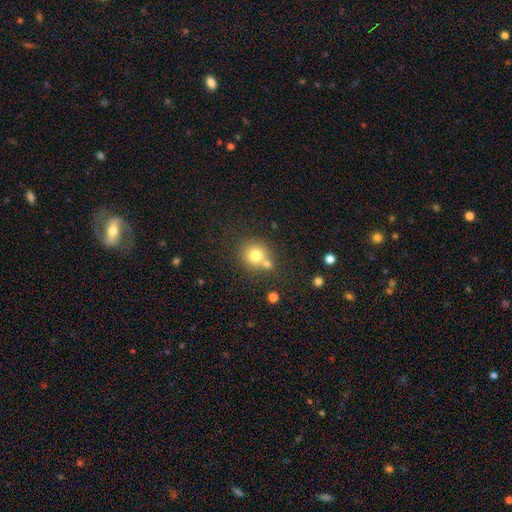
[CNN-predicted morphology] type=smooth (76%); roundness=round (89%); merging=none (58%).